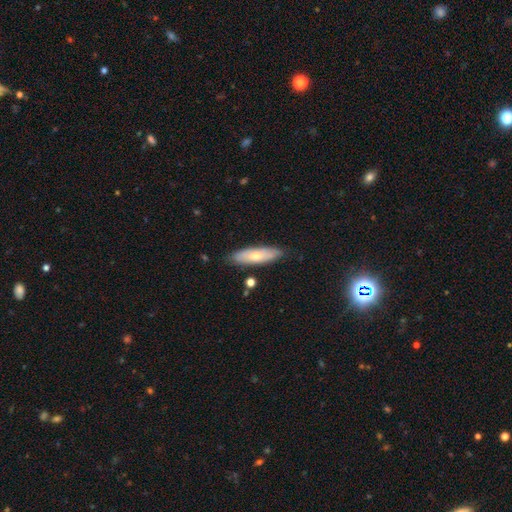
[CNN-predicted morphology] Smooth or featured? Predicted: smooth (p=0.55). How rounded? Predicted: cigar-shaped (p=0.54). Merging? Predicted: none (p=0.84).